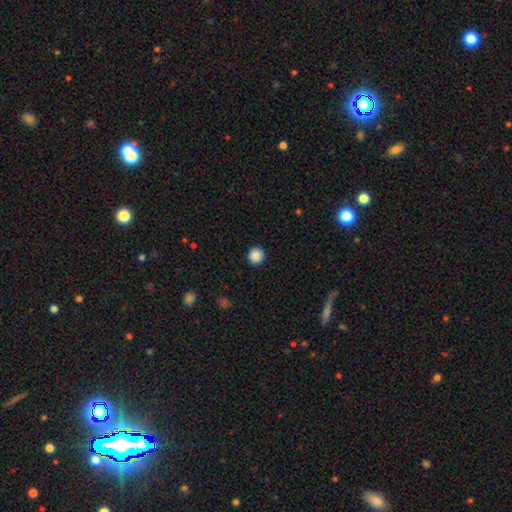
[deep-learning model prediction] A smooth galaxy with no disk features (87%) that is round (93%).

Vote fractions:
- Smooth or featured? smooth: 87% / star or artifact: 9% / featured or disk: 4%
- How rounded? round: 93% / in between: 6% / cigar-shaped: 1%
- Merging? none: 92% / minor disturbance: 5% / major disturbance: 2% / merger: 1%